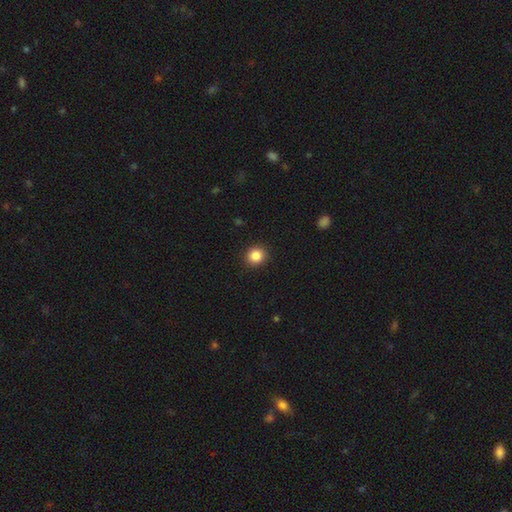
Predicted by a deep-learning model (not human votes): A smooth galaxy with no disk features (86%) that is round (86%). Merging: none (91%).